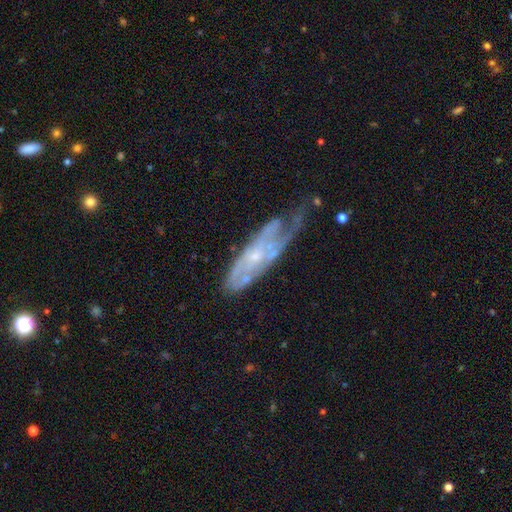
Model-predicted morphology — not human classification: Smooth or featured? featured or disk (76%)
Edge-on disk? no (81%)
Bar? no (71%)
Spiral arms? yes (81%)
Bulge size? small (73%)
Merging? none (39%)